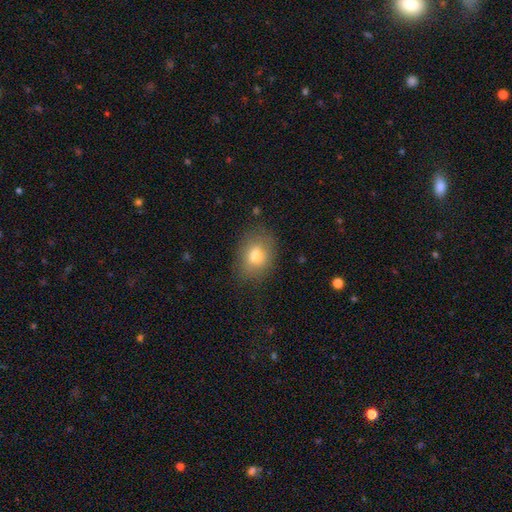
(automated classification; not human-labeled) smooth-or-featured: smooth: 77% | featured or disk: 13% | star or artifact: 10%
  how-rounded: in between: 62% | round: 37% | cigar-shaped: 1%
  merging: none: 78% | minor disturbance: 15% | major disturbance: 5% | merger: 1%